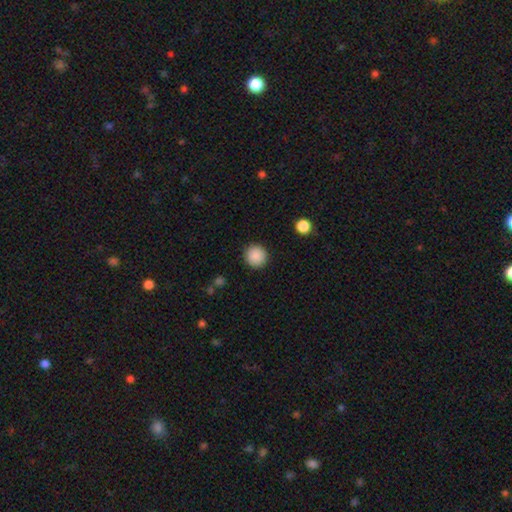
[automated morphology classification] smooth 89%, star or artifact 8%, featured or disk 3%. Down the decision tree: how rounded — round (95%); merging — none (92%).